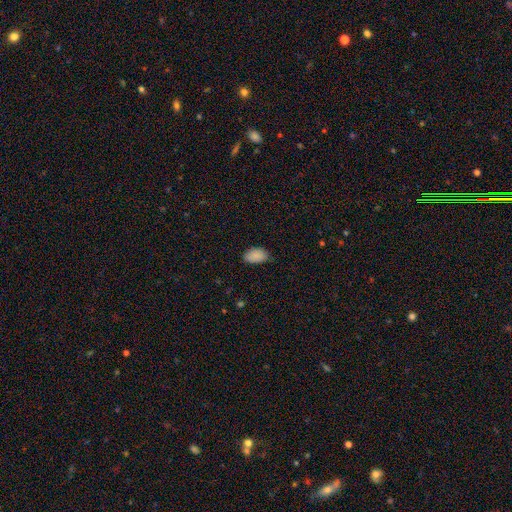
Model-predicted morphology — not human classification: Q: Smooth or featured?
A: smooth (88%); runner-up: star or artifact (8%)
Q: How rounded?
A: in between (93%); runner-up: round (6%)
Q: Merging?
A: none (74%); runner-up: minor disturbance (21%)